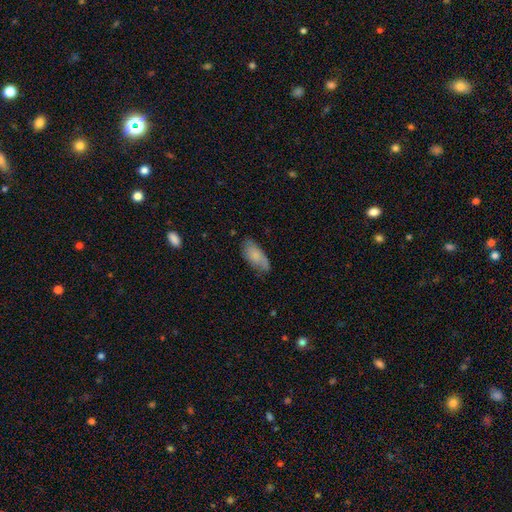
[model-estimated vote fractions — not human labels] The model was most divided on "merging": none: 67%, minor disturbance: 26%, major disturbance: 6%, merger: 2%. More confident: how rounded — in between (87%); smooth or featured — smooth (77%).